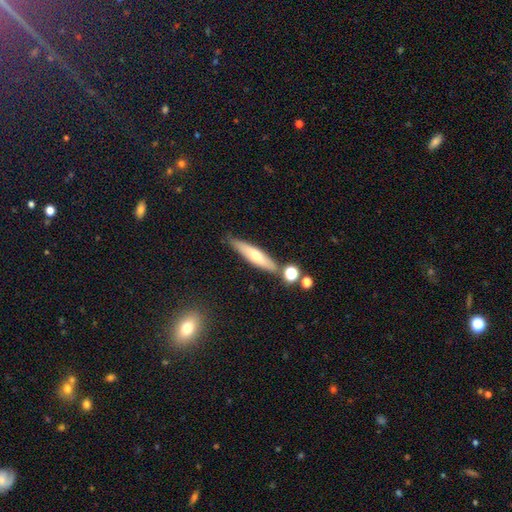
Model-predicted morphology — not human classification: smooth-or-featured: smooth: 53% | featured or disk: 39% | star or artifact: 7%
  how-rounded: cigar-shaped: 82% | in between: 16% | round: 2%
  merging: none: 77% | minor disturbance: 13% | merger: 7% | major disturbance: 3%